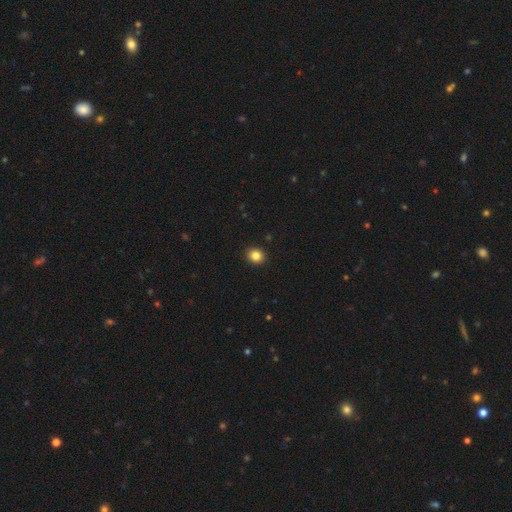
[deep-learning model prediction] Smooth or featured?
  - smooth: 85% *
  - star or artifact: 10%
  - featured or disk: 5%
How rounded?
  - round: 78% *
  - in between: 22%
  - cigar-shaped: 1%
Merging?
  - none: 92% *
  - minor disturbance: 5%
  - major disturbance: 1%
  - merger: 1%